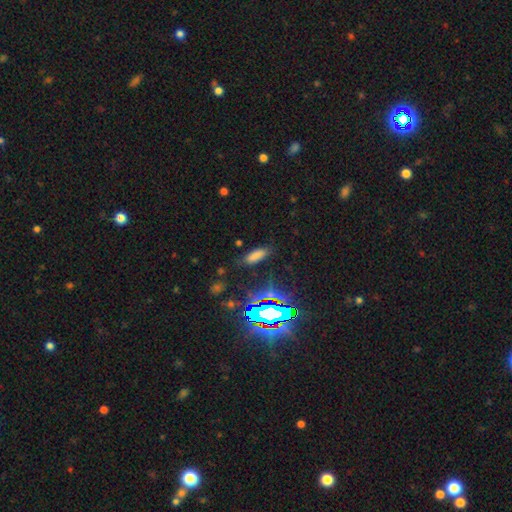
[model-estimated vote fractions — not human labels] Smooth or featured?
  - smooth: 69% *
  - star or artifact: 23%
  - featured or disk: 8%
How rounded?
  - in between: 69% *
  - cigar-shaped: 28%
  - round: 3%
Merging?
  - none: 81% *
  - minor disturbance: 12%
  - major disturbance: 5%
  - merger: 2%